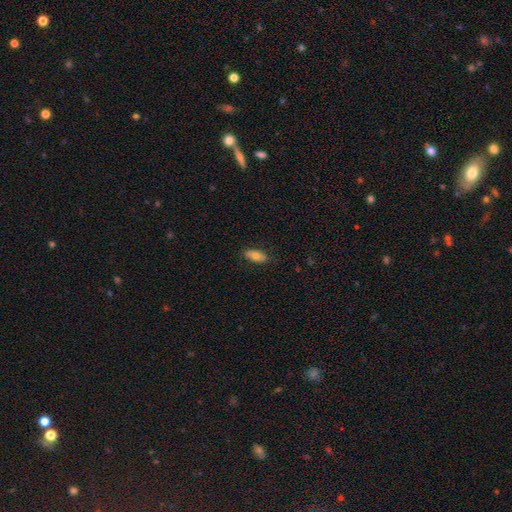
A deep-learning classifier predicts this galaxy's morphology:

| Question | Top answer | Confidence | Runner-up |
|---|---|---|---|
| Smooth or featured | smooth | 71% | featured or disk (22%) |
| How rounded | in between | 88% | cigar-shaped (9%) |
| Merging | none | 82% | minor disturbance (14%) |